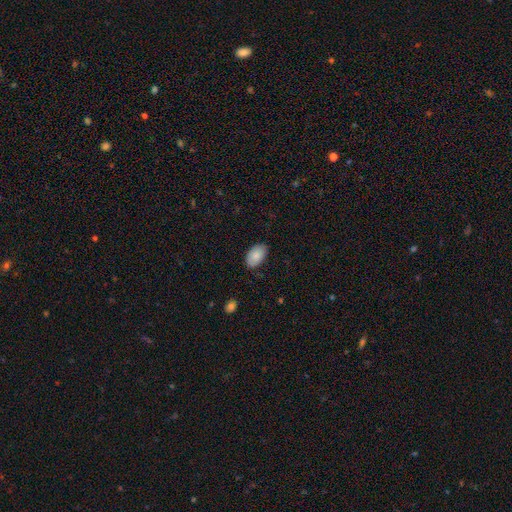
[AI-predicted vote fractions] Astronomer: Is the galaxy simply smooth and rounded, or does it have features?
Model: smooth — 87%.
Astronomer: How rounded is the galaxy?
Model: in between — 94%.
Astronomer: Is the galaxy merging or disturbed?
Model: none — 84%.